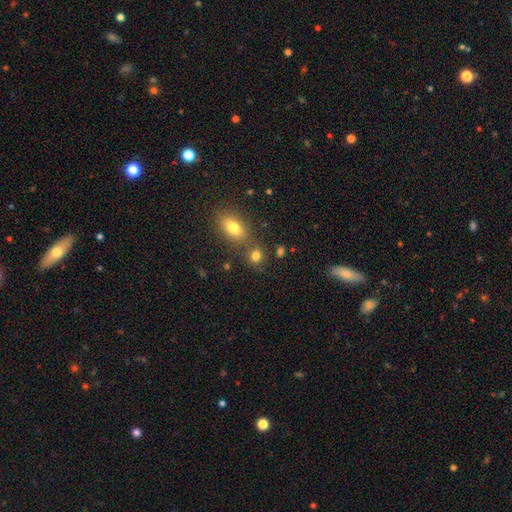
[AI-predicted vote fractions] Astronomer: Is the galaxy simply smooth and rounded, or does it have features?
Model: smooth — 80%.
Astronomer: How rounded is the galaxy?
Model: round — 58% (runner-up: in between, 40%).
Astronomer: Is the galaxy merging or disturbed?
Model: none — 62%.